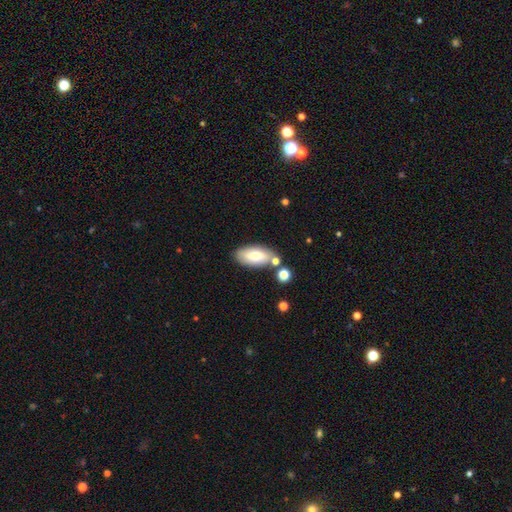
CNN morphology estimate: Smooth or featured? smooth (72%)
How rounded? in between (90%)
Merging? none (72%)